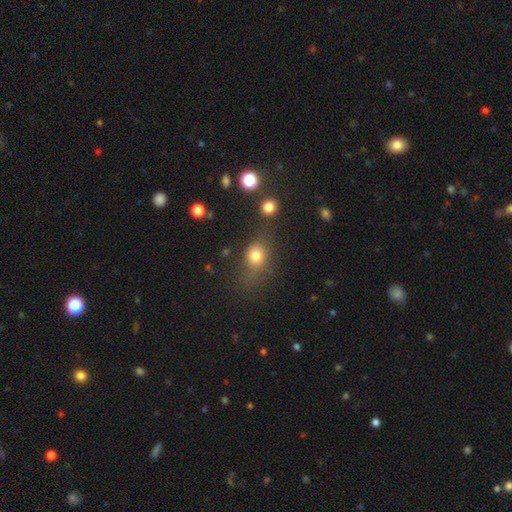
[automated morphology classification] Overall: smooth (77%). How rounded: round (52%; in between 46%). Merging: none (59%; minor disturbance 20%).